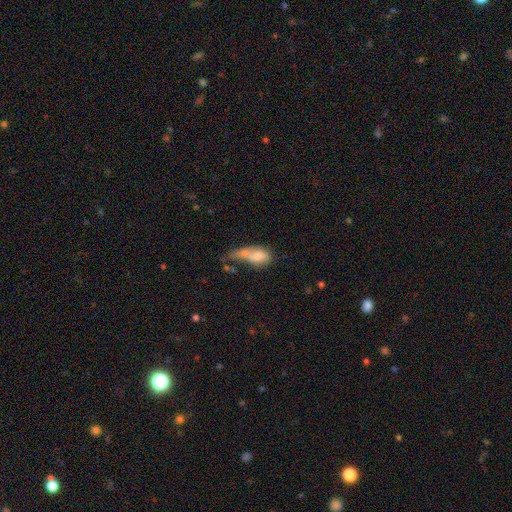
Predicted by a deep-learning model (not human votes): smooth_or_featured: smooth (p=0.62) [alt: featured or disk p=0.28]
how_rounded: in between (p=0.77) [alt: round p=0.11]
merging: merger (p=0.37) [alt: major disturbance p=0.30]